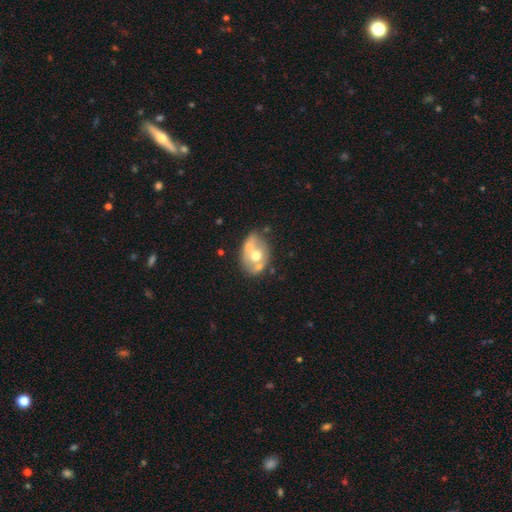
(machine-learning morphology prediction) smooth_or_featured: featured or disk (p=0.48) [alt: smooth p=0.45]
merging: none (p=0.38) [alt: merger p=0.36]